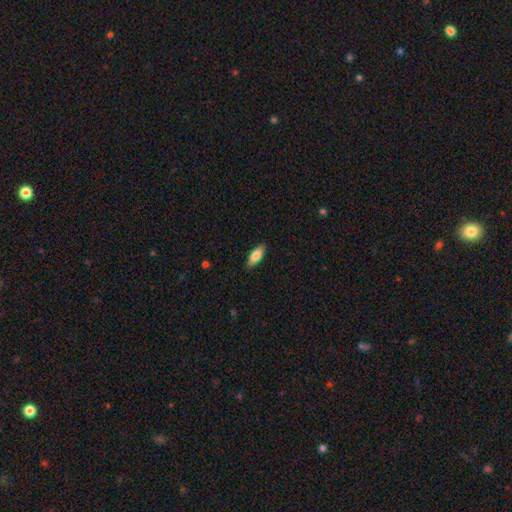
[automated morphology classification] Smooth or featured? Predicted: smooth (p=0.78). How rounded? Predicted: in between (p=0.74). Merging? Predicted: none (p=0.88).